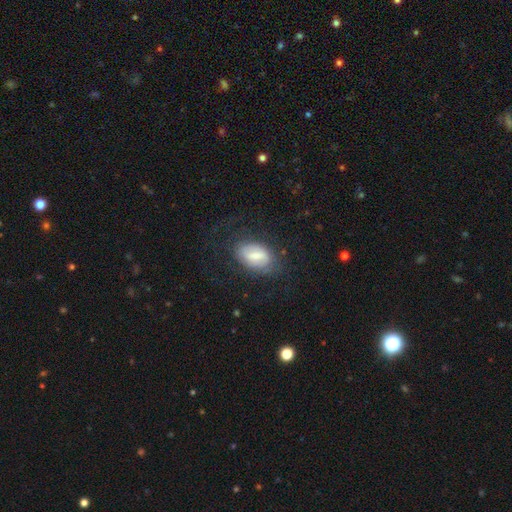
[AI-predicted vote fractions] Q: Smooth or featured?
A: smooth (52%); runner-up: featured or disk (40%)
Q: How rounded?
A: in between (90%); runner-up: round (7%)
Q: Merging?
A: none (66%); runner-up: minor disturbance (20%)